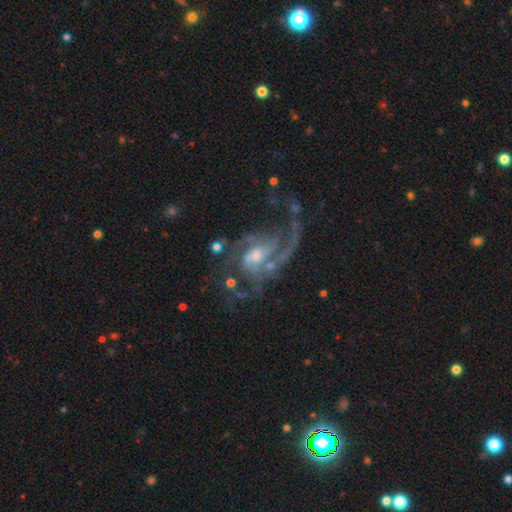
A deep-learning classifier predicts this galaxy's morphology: Overall: featured or disk (89%). Edge-on disk: no (98%). Bar: no (47%; weak 42%). Spiral arms: yes (96%). Spiral arm count: 2 (44%; 3 18%). Spiral winding: medium (47%; loose 35%). Bulge size: small (50%; moderate 40%). Merging: none (46%; major disturbance 31%).